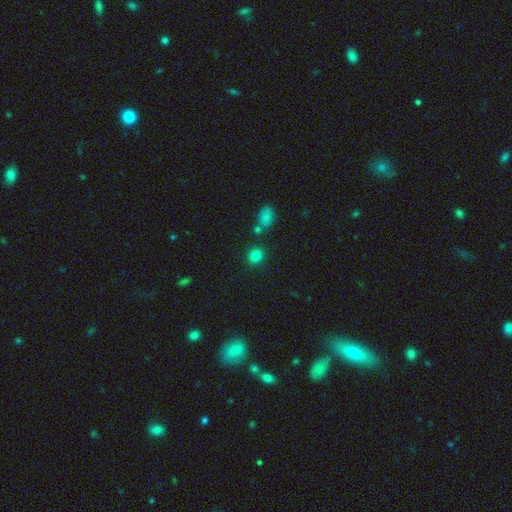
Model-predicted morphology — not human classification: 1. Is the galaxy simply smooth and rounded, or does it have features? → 81% smooth, 14% star or artifact, 5% featured or disk.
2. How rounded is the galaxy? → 83% round, 16% in between, 1% cigar-shaped.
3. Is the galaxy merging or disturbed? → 80% none, 9% minor disturbance, 8% merger, 3% major disturbance.